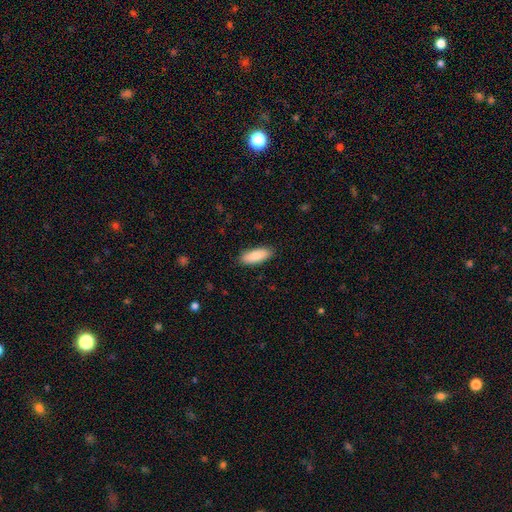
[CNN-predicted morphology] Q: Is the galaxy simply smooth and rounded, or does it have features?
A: smooth — 88%.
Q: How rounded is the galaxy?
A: in between — 74%.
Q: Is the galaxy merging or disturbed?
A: none — 88%.